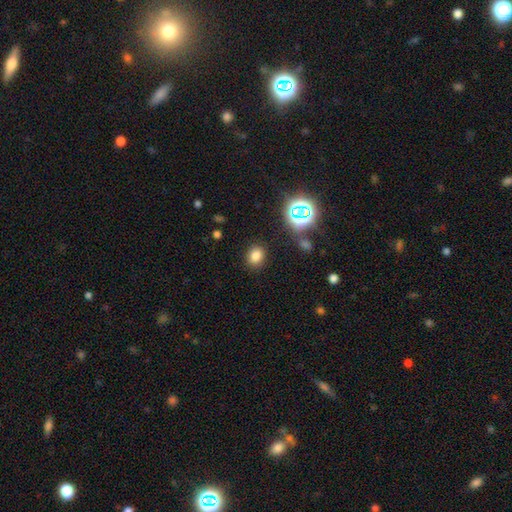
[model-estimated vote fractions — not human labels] A smooth galaxy with no disk features (76%) that is round (56%).

Vote fractions:
- Smooth or featured? smooth: 76% / star or artifact: 18% / featured or disk: 6%
- How rounded? round: 56% / in between: 43% / cigar-shaped: 1%
- Merging? none: 86% / minor disturbance: 9% / major disturbance: 3% / merger: 2%